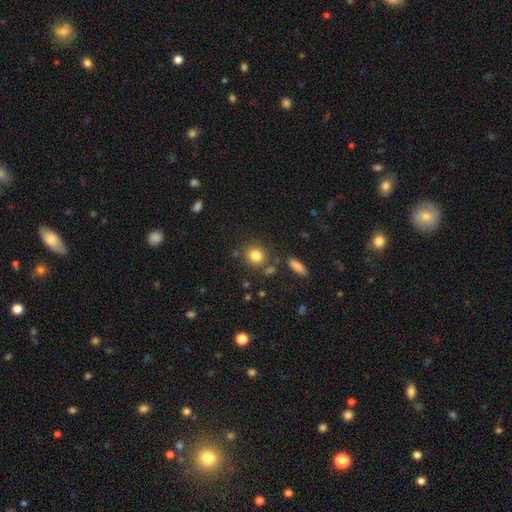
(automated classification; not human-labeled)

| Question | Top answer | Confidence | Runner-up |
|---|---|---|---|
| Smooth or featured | smooth | 82% | star or artifact (11%) |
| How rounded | round | 82% | in between (17%) |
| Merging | none | 78% | minor disturbance (10%) |